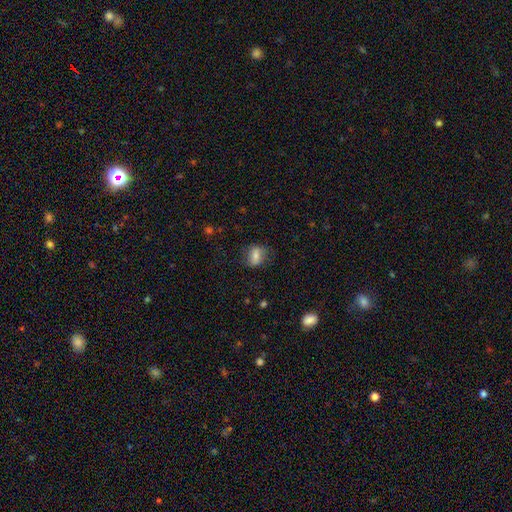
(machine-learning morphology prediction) Overall: smooth (73%). How rounded: in between (64%; round 33%). Merging: none (72%).